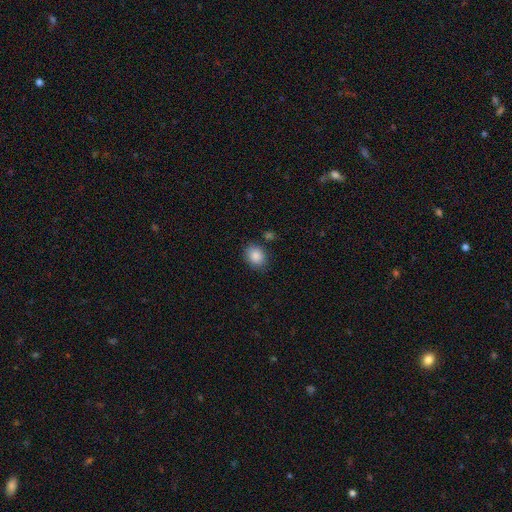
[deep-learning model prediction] The model was most divided on "how rounded": in between: 54%, round: 45%, cigar-shaped: 1%. More confident: smooth or featured — smooth (88%); merging — none (82%).